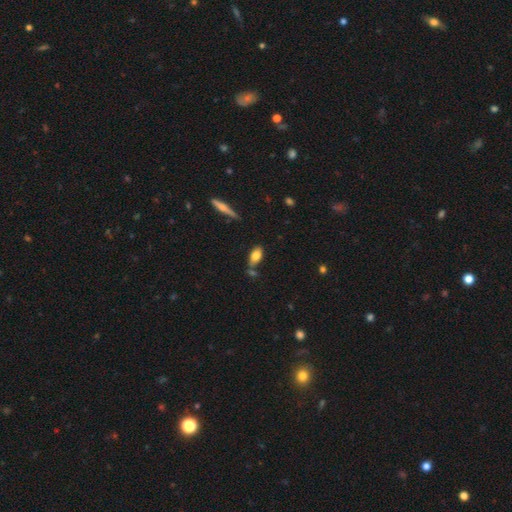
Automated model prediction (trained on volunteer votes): Q: Smooth or featured?
A: smooth (77%); runner-up: featured or disk (15%)
Q: How rounded?
A: in between (86%); runner-up: cigar-shaped (9%)
Q: Merging?
A: none (59%); runner-up: minor disturbance (19%)